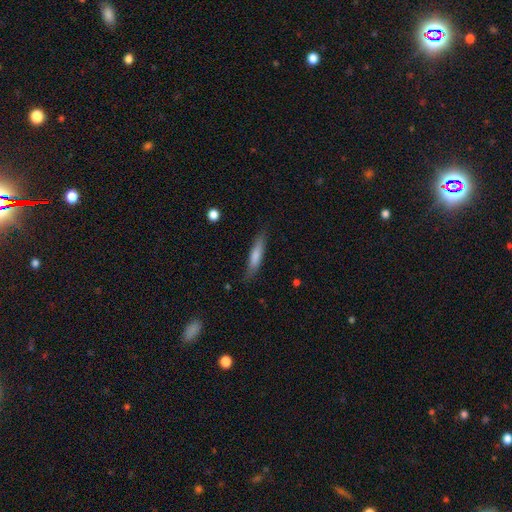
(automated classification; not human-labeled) smooth_or_featured: smooth (p=0.76) [alt: featured or disk p=0.18]
how_rounded: cigar-shaped (p=0.83) [alt: in between p=0.15]
merging: none (p=0.82) [alt: minor disturbance p=0.13]